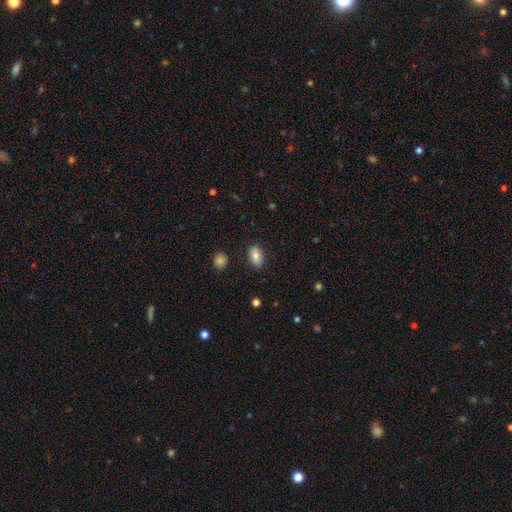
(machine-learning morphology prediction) type=smooth (79%); roundness=in between (89%); merging=none (86%).